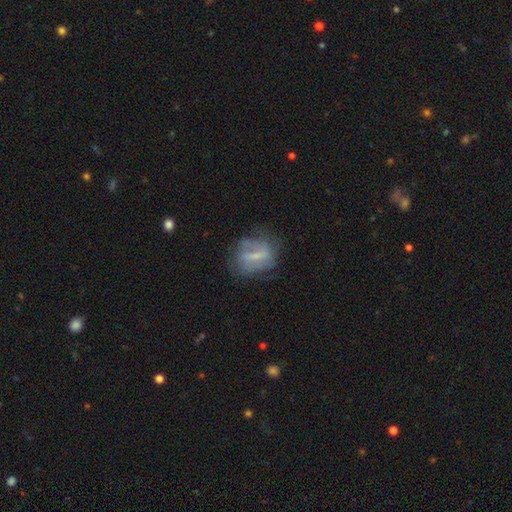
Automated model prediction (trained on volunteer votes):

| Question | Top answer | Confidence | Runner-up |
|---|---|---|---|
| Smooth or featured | featured or disk | 54% | smooth (36%) |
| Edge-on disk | no | 90% | yes (10%) |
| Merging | none | 59% | minor disturbance (24%) |